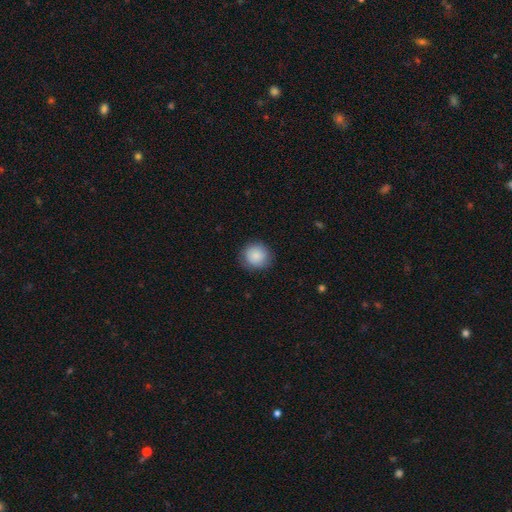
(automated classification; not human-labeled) Q: Smooth or featured?
A: smooth (86%); runner-up: star or artifact (8%)
Q: How rounded?
A: round (90%); runner-up: in between (9%)
Q: Merging?
A: none (85%); runner-up: minor disturbance (11%)